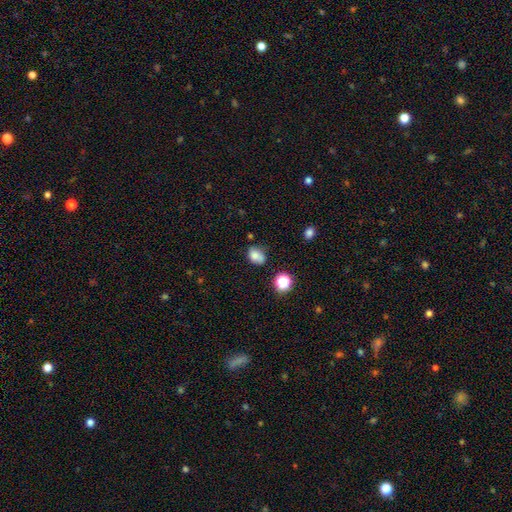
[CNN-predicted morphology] Smooth or featured? smooth (75%)
How rounded? in between (63%)
Merging? none (55%)